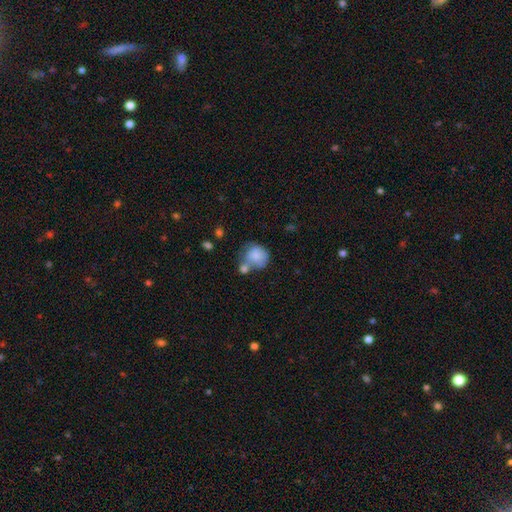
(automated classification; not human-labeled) Smooth or featured?
  - smooth: 77% *
  - featured or disk: 15%
  - star or artifact: 8%
How rounded?
  - round: 67% *
  - in between: 32%
  - cigar-shaped: 1%
Merging?
  - merger: 37% *
  - none: 30%
  - minor disturbance: 20%
  - major disturbance: 13%